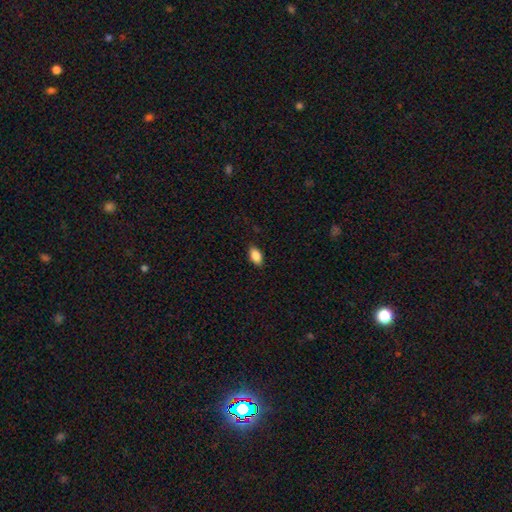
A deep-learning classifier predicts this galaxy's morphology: Smooth or featured?
  - smooth: 87% *
  - star or artifact: 8%
  - featured or disk: 5%
How rounded?
  - in between: 90% *
  - round: 6%
  - cigar-shaped: 4%
Merging?
  - none: 87% *
  - minor disturbance: 10%
  - major disturbance: 2%
  - merger: 1%